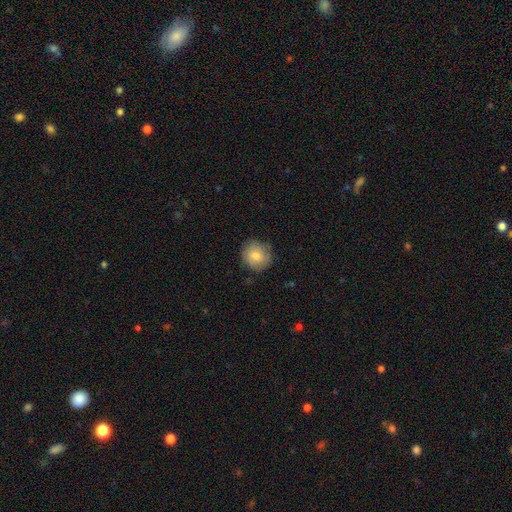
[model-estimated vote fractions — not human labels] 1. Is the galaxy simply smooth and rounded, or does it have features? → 65% smooth, 28% featured or disk, 7% star or artifact.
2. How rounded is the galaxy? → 89% round, 10% in between, 1% cigar-shaped.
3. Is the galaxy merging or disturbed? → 78% none, 16% minor disturbance, 4% major disturbance, 1% merger.